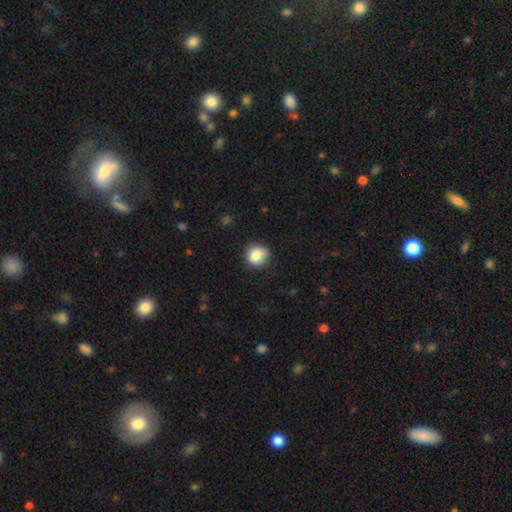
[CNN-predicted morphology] smooth_or_featured: smooth (p=0.86) [alt: star or artifact p=0.09]
how_rounded: round (p=0.85) [alt: in between p=0.14]
merging: none (p=0.79) [alt: minor disturbance p=0.16]